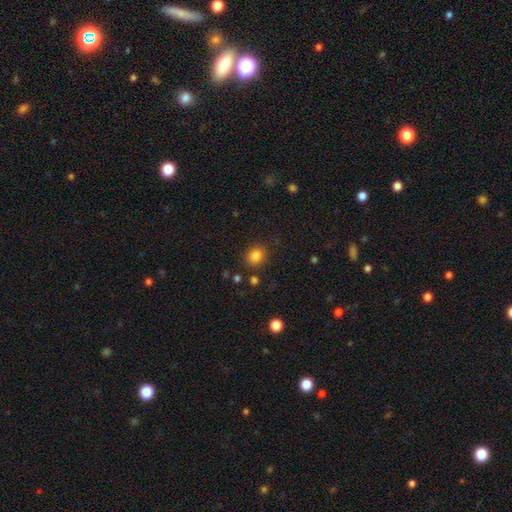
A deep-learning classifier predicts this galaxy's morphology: smooth 83%, star or artifact 11%, featured or disk 5%. Down the decision tree: how rounded — round (72%); merging — none (85%).